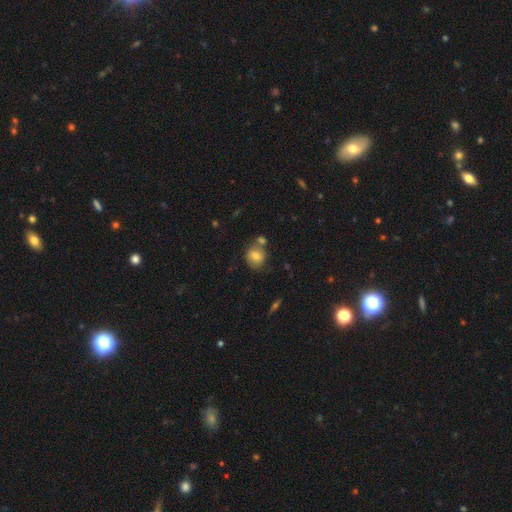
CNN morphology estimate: This appears to be a smooth galaxy with no disk features (72%) that is round (68%). Merging: none (62%).